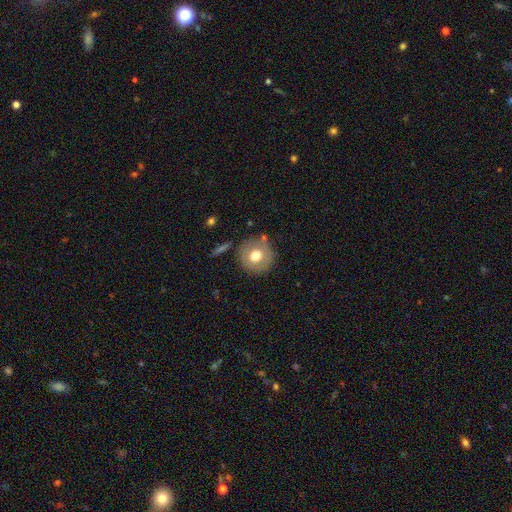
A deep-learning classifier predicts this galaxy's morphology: Smooth or featured? Predicted: smooth (p=0.66). How rounded? Predicted: round (p=0.93). Merging? Predicted: none (p=0.79).